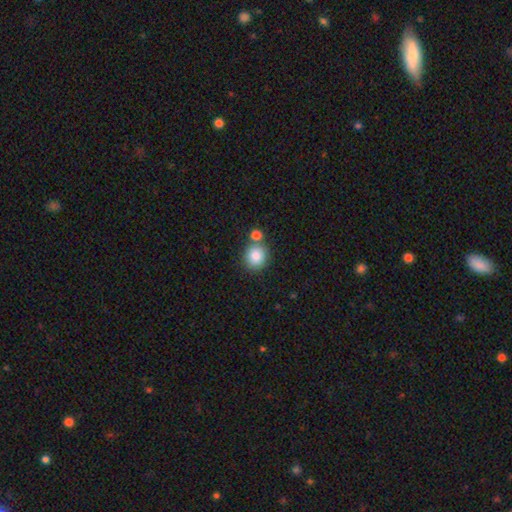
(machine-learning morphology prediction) smooth-or-featured: smooth: 84% | star or artifact: 9% | featured or disk: 6%
  how-rounded: round: 82% | in between: 17% | cigar-shaped: 1%
  merging: none: 68% | merger: 21% | minor disturbance: 9% | major disturbance: 3%